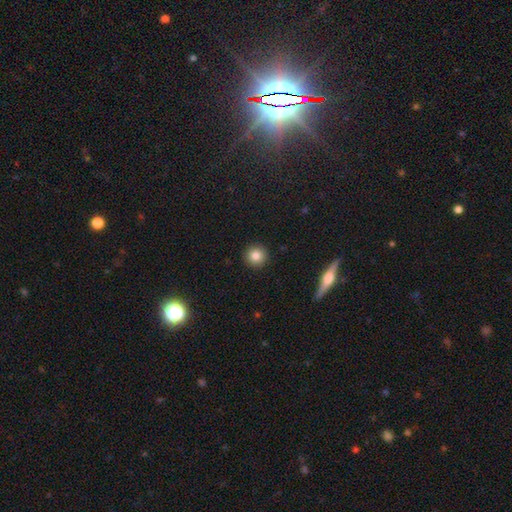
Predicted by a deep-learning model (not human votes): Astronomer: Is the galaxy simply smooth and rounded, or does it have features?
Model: smooth — 84%.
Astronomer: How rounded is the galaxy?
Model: round — 95%.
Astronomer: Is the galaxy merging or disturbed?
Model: none — 92%.